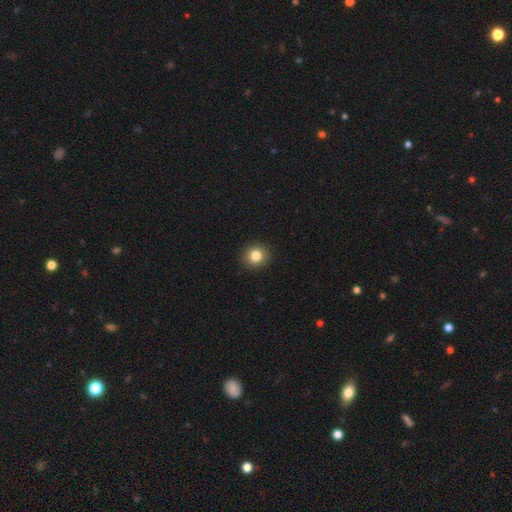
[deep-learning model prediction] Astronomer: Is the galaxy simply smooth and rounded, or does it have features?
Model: smooth — 83%.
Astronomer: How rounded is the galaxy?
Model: round — 87%.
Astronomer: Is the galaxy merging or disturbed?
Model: none — 92%.